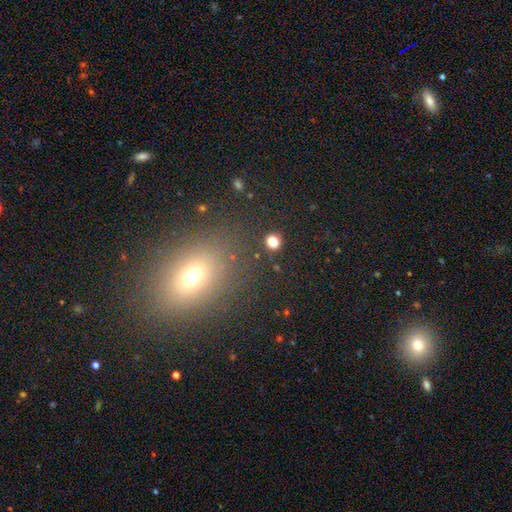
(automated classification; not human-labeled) smooth 62%, star or artifact 26%, featured or disk 13%. Down the decision tree: how rounded — in between (74%); merging — none (87%).